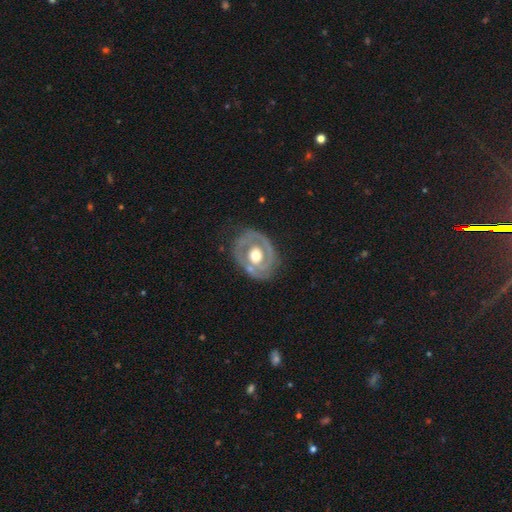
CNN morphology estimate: featured or disk 77%, smooth 18%, star or artifact 4%. Down the decision tree: edge-on disk — no (96%); bar — no (73%); spiral arms — yes (62%); bulge size — moderate (65%); merging — none (71%).